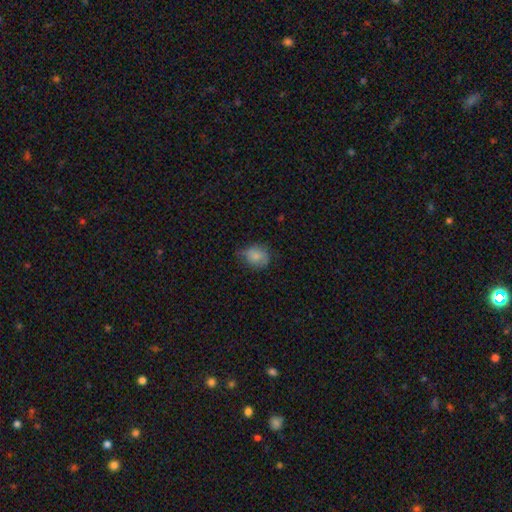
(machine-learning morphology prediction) Q: Smooth or featured?
A: smooth (78%); runner-up: featured or disk (13%)
Q: How rounded?
A: round (61%); runner-up: in between (38%)
Q: Merging?
A: none (52%); runner-up: minor disturbance (37%)